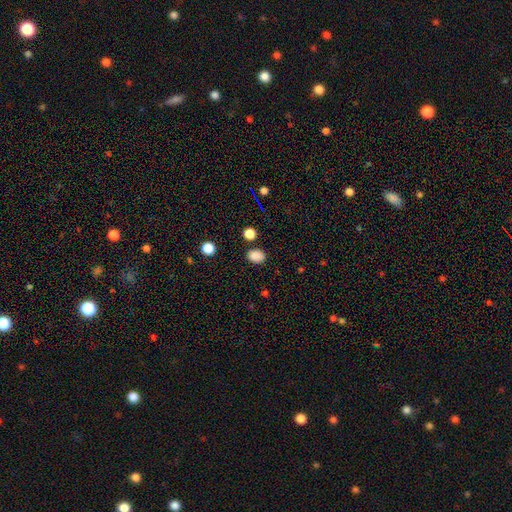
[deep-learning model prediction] Smooth or featured?
  - smooth: 85% *
  - star or artifact: 11%
  - featured or disk: 4%
How rounded?
  - in between: 66% *
  - round: 33%
  - cigar-shaped: 1%
Merging?
  - none: 84% *
  - minor disturbance: 10%
  - merger: 3%
  - major disturbance: 3%